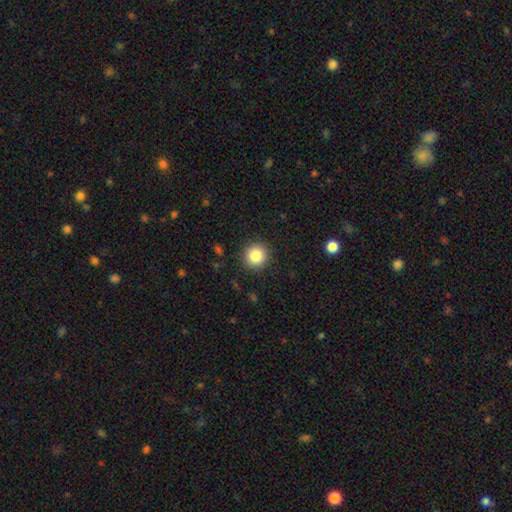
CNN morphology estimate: This appears to be a smooth galaxy with no disk features (85%) that is round (94%). Merging: none (91%).